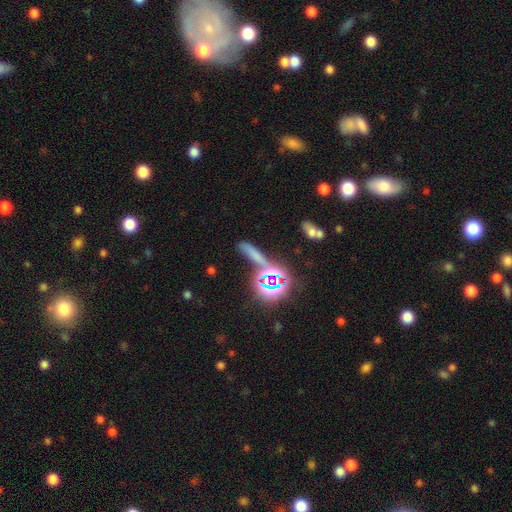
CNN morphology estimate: Smooth or featured: smooth — 50% (star or artifact — 36%)
Merging: none — 60% (minor disturbance — 16%)